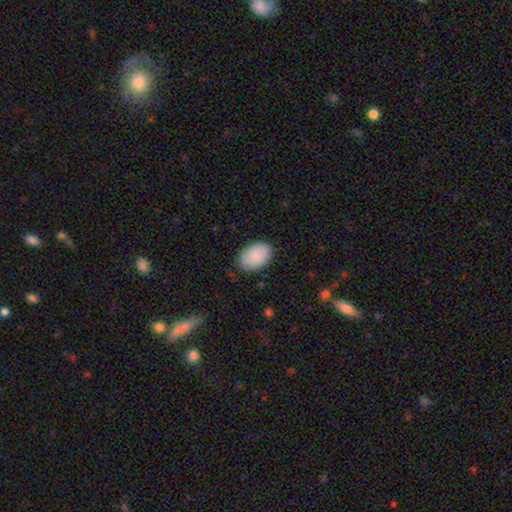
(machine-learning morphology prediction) The model was most divided on "merging": none: 85%, minor disturbance: 11%, major disturbance: 3%, merger: 1%. More confident: how rounded — in between (88%); smooth or featured — smooth (87%).